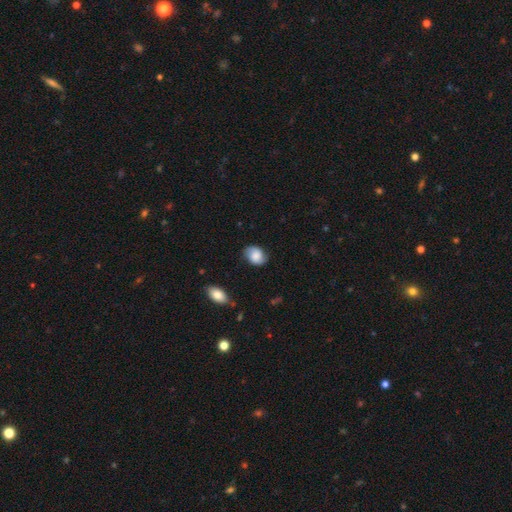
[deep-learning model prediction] Smooth or featured? Predicted: smooth (p=0.60). How rounded? Predicted: in between (p=0.68). Merging? Predicted: none (p=0.75).